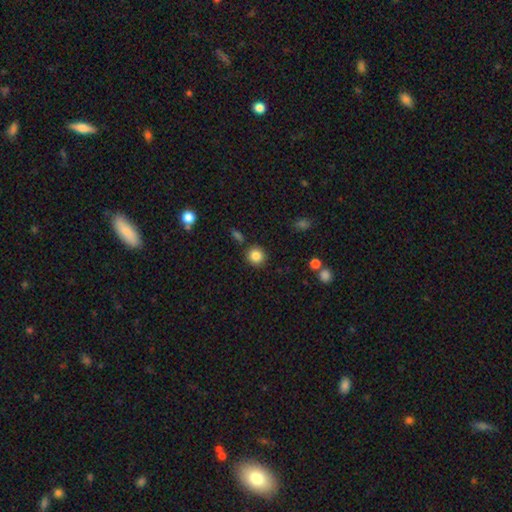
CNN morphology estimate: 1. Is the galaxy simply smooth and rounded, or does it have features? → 85% smooth, 10% star or artifact, 5% featured or disk.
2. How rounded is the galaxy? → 89% round, 10% in between, 1% cigar-shaped.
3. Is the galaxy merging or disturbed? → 87% none, 7% minor disturbance, 3% merger, 2% major disturbance.